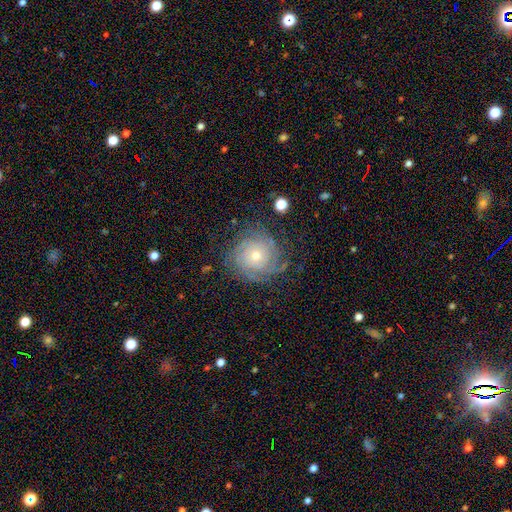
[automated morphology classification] This is clearly a featured or disk galaxy (82%). It is clearly not viewed edge-on (97%). Bar: clearly no (82%). Spiral arm pattern: clearly yes (96%). Spiral arm count: marginally can't tell (35%). Spiral winding: likely tight (80%). Central bulge: possibly small (54%). Merging: likely none (76%).